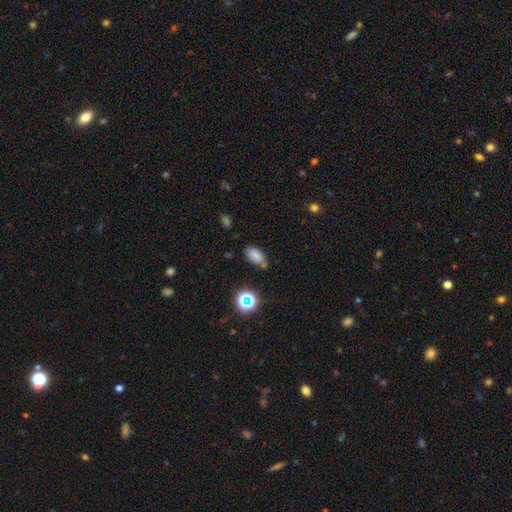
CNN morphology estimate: Q: Smooth or featured?
A: smooth (71%); runner-up: star or artifact (17%)
Q: How rounded?
A: in between (89%); runner-up: round (9%)
Q: Merging?
A: none (67%); runner-up: minor disturbance (20%)